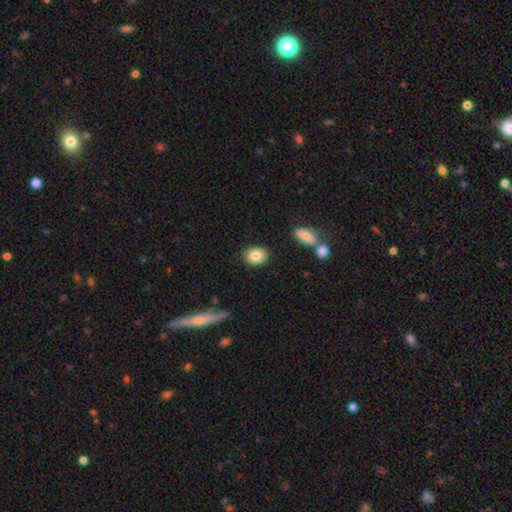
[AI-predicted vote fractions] Smooth or featured? smooth (83%)
How rounded? round (60%)
Merging? none (88%)